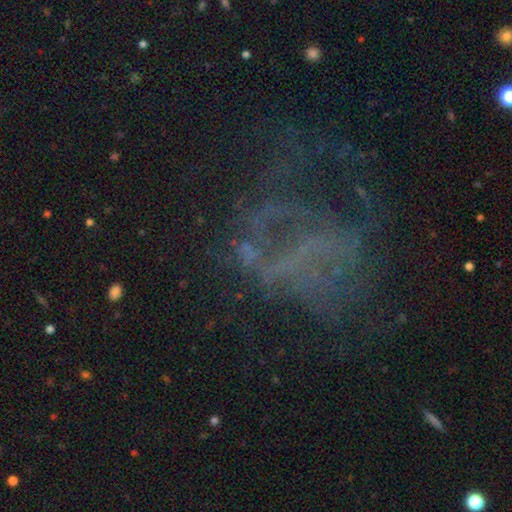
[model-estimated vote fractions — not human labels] Smooth or featured?
  - featured or disk: 54% *
  - star or artifact: 30%
  - smooth: 15%
Edge-on disk?
  - no: 97% *
  - yes: 3%
Bar?
  - no: 76% *
  - weak: 16%
  - strong: 8%
Spiral arms?
  - no: 76% *
  - yes: 24%
Bulge size?
  - none: 78% *
  - small: 14%
  - moderate: 6%
  - large: 2%
  - dominant: 1%
Merging?
  - none: 42% *
  - major disturbance: 40%
  - minor disturbance: 13%
  - merger: 5%